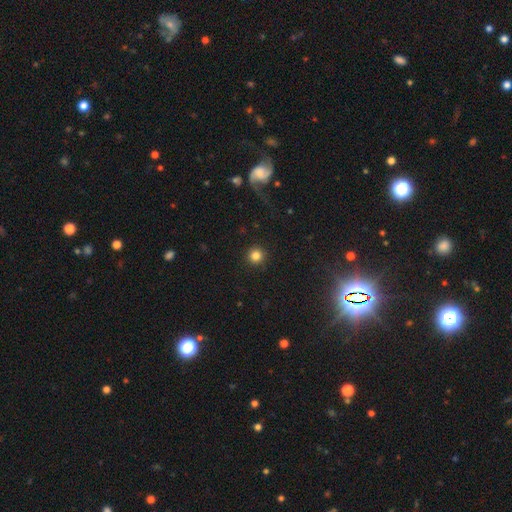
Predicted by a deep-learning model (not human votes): Smooth or featured? Predicted: smooth (p=0.84). How rounded? Predicted: round (p=0.95). Merging? Predicted: none (p=0.92).